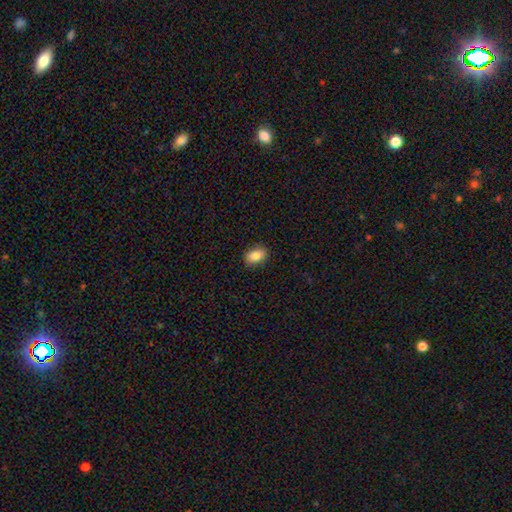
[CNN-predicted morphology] Smooth or featured: smooth — 84% (star or artifact — 8%)
How rounded: in between — 84% (round — 13%)
Merging: none — 88% (minor disturbance — 9%)